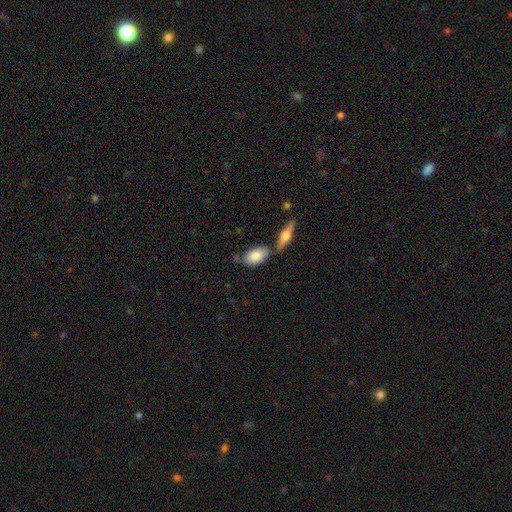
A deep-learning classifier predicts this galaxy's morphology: Smooth or featured: smooth — 80% (featured or disk — 15%)
How rounded: in between — 91% (cigar-shaped — 5%)
Merging: none — 58% (merger — 22%)